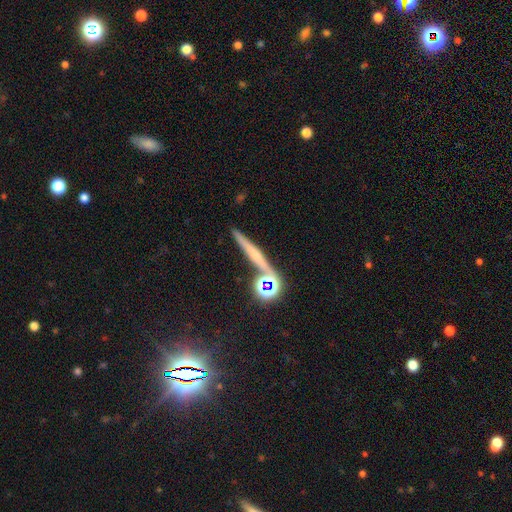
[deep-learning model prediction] smooth_or_featured: featured or disk (p=0.39) [alt: smooth p=0.36]
merging: none (p=0.78) [alt: minor disturbance p=0.10]